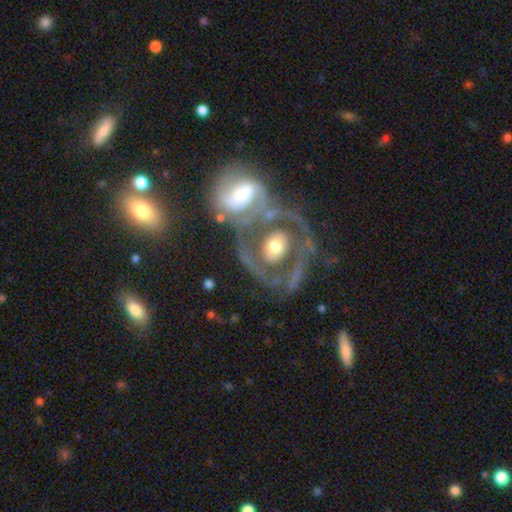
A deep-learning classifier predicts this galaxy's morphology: Smooth or featured? featured or disk (77%)
Edge-on disk? no (94%)
Bar? no (51%)
Spiral arms? yes (67%)
Bulge size? moderate (58%)
Merging? merger (46%)